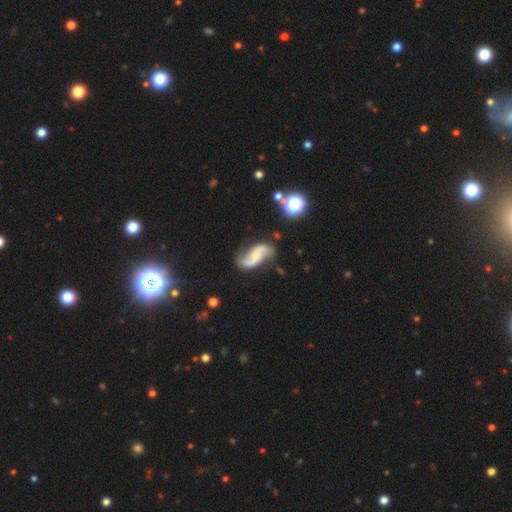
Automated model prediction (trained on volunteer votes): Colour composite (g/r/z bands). It shows a featured or disk galaxy (82%) with no bar (49%), 2 (91%) loose (65%) spiral arms (95%) and a small central bulge (54%). Merging: none (71%).